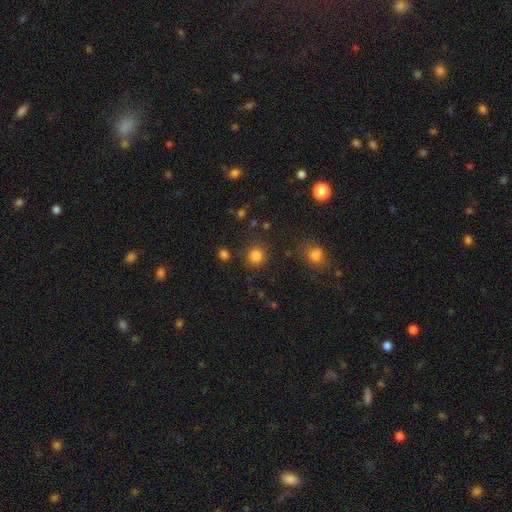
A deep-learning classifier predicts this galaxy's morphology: A smooth galaxy with no disk features (82%) that is round (89%).

Vote fractions:
- Smooth or featured? smooth: 82% / star or artifact: 13% / featured or disk: 5%
- How rounded? round: 89% / in between: 10% / cigar-shaped: 1%
- Merging? none: 83% / minor disturbance: 9% / merger: 4% / major disturbance: 4%